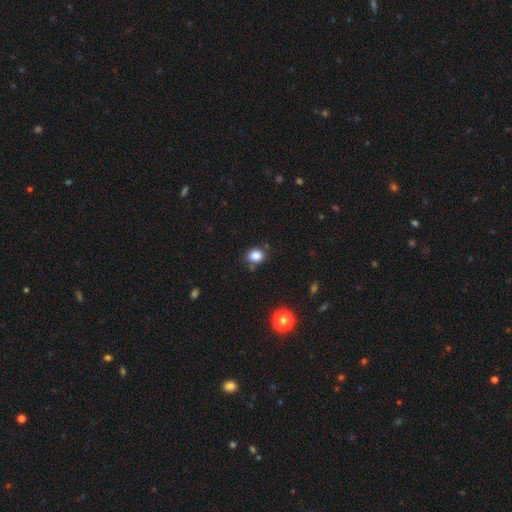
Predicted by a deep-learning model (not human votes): A smooth galaxy with no disk features (84%) that is in between round and cigar-shaped (52%). Merging: none (73%).